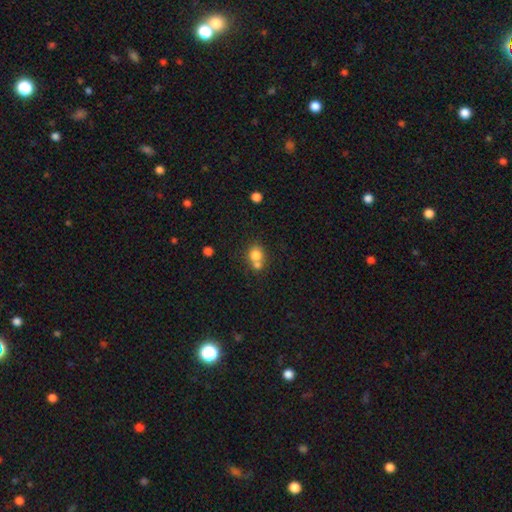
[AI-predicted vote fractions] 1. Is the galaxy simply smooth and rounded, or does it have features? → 78% smooth, 11% featured or disk, 11% star or artifact.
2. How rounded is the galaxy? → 76% round, 23% in between, 1% cigar-shaped.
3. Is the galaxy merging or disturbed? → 51% merger, 38% none, 8% minor disturbance, 3% major disturbance.